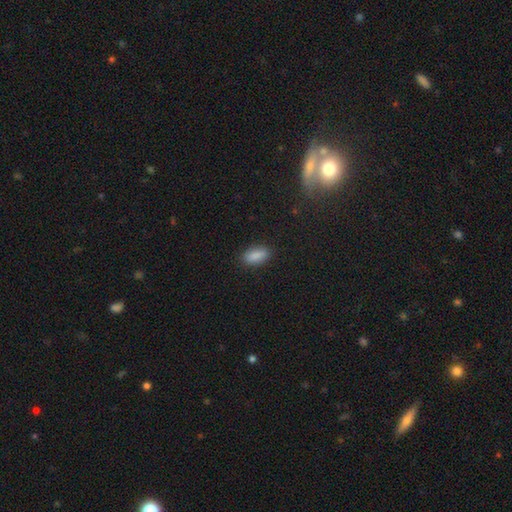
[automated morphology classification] smooth-or-featured: smooth: 88% | star or artifact: 8% | featured or disk: 4%
  how-rounded: in between: 88% | cigar-shaped: 9% | round: 3%
  merging: none: 87% | minor disturbance: 9% | major disturbance: 2% | merger: 1%